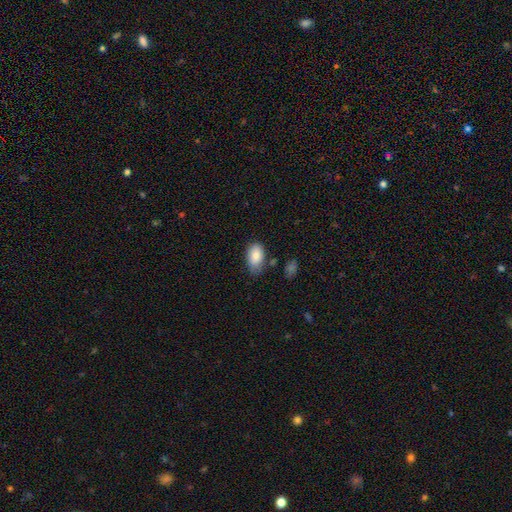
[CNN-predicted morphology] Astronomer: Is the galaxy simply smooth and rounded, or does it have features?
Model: smooth — 84%.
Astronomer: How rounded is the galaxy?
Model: in between — 92%.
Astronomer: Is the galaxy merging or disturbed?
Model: none — 65%.